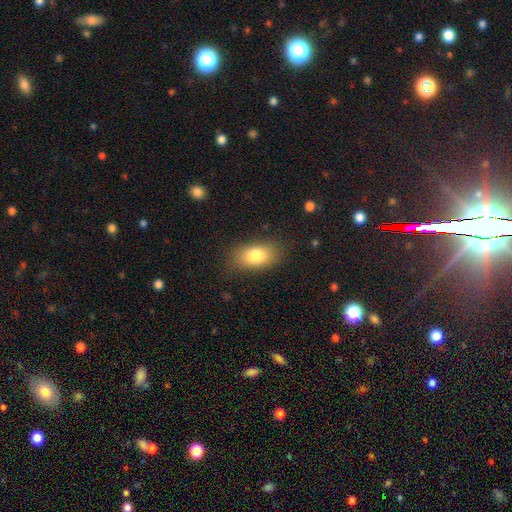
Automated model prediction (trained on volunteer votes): Q: Smooth or featured?
A: smooth (80%); runner-up: featured or disk (12%)
Q: How rounded?
A: in between (87%); runner-up: round (9%)
Q: Merging?
A: none (82%); runner-up: minor disturbance (13%)